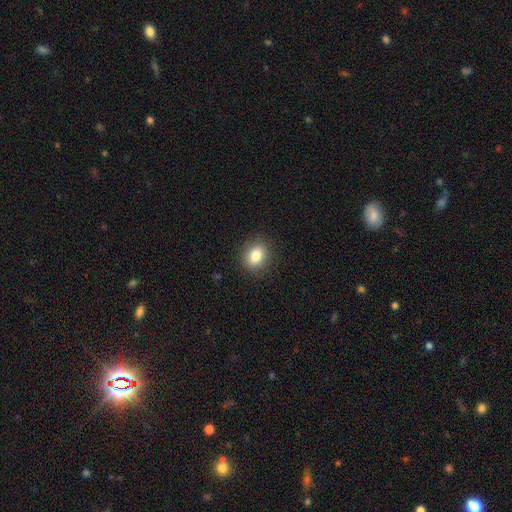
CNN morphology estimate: This is clearly a smooth galaxy (82%). How rounded: possibly round (56%). Merging: clearly none (89%).